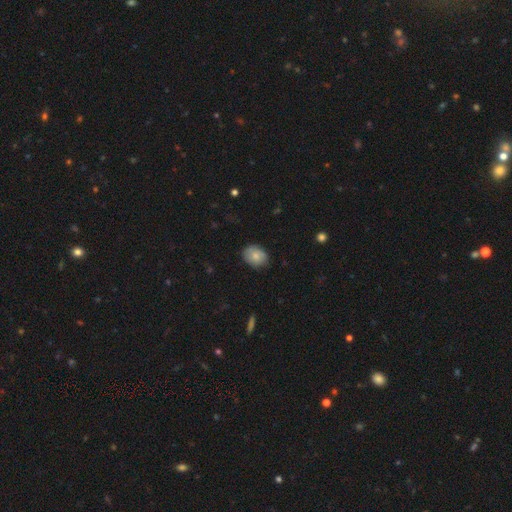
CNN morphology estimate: smooth 78%, featured or disk 15%, star or artifact 7%. Down the decision tree: how rounded — in between (64%); merging — none (79%).